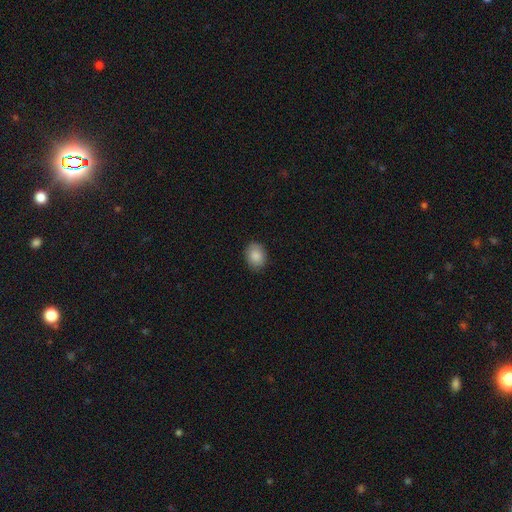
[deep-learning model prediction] A smooth galaxy with no disk features (88%) that is in between round and cigar-shaped (60%).

Vote fractions:
- Smooth or featured? smooth: 88% / star or artifact: 8% / featured or disk: 5%
- How rounded? in between: 60% / round: 39% / cigar-shaped: 1%
- Merging? none: 86% / minor disturbance: 11% / major disturbance: 2% / merger: 1%